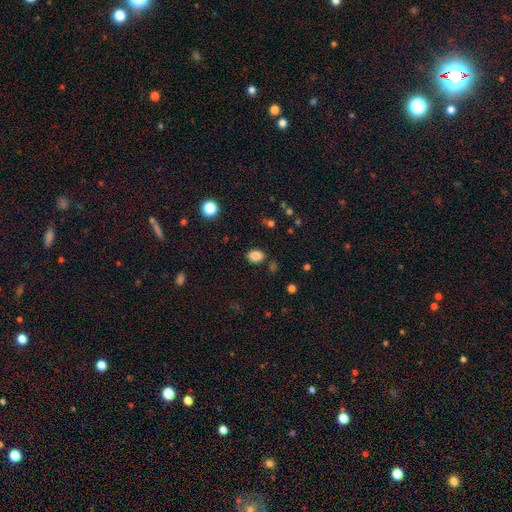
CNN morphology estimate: Q: Smooth or featured?
A: smooth (85%); runner-up: star or artifact (11%)
Q: How rounded?
A: in between (73%); runner-up: round (25%)
Q: Merging?
A: none (83%); runner-up: minor disturbance (11%)